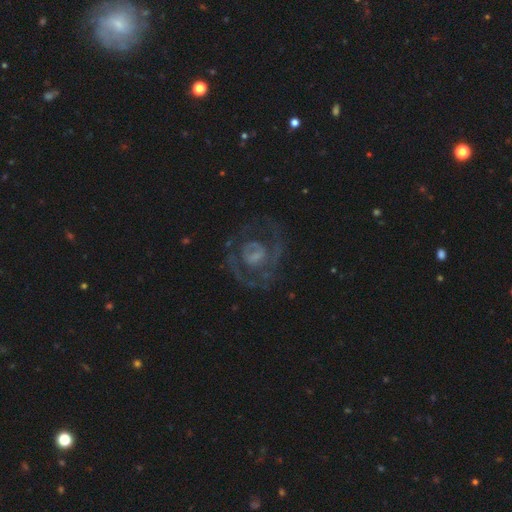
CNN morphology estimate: Smooth or featured? featured or disk (77%)
Edge-on disk? no (97%)
Bar? no (50%)
Spiral arms? yes (70%)
Spiral winding? tight (45%)
Spiral arm count? 2 (42%)
Bulge size? none (33%)
Merging? none (60%)